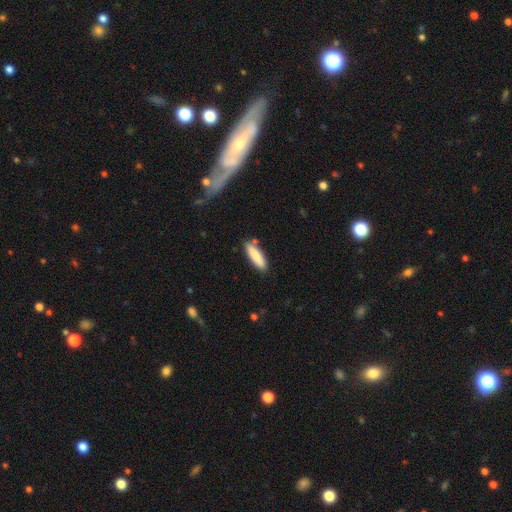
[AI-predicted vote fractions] This appears to be a smooth galaxy with no disk features (84%) that is cigar-shaped (64%). Merging: none (84%).